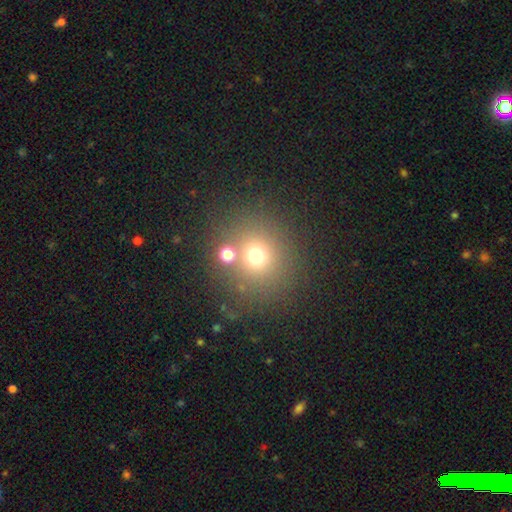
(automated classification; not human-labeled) Q: Smooth or featured?
A: smooth (67%); runner-up: star or artifact (23%)
Q: How rounded?
A: round (89%); runner-up: in between (10%)
Q: Merging?
A: none (70%); runner-up: merger (15%)